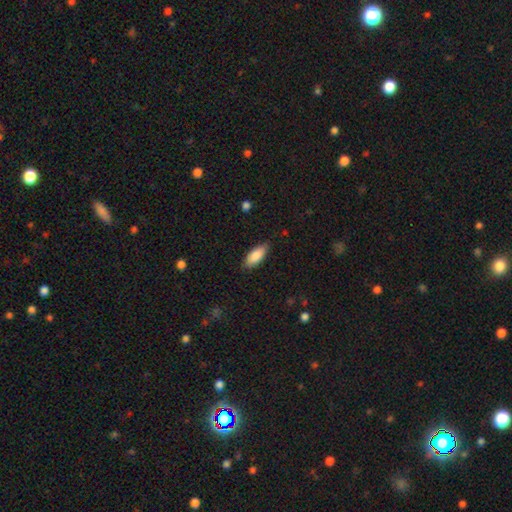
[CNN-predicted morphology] Q: Smooth or featured?
A: smooth (86%); runner-up: featured or disk (8%)
Q: How rounded?
A: in between (80%); runner-up: cigar-shaped (18%)
Q: Merging?
A: none (82%); runner-up: minor disturbance (14%)